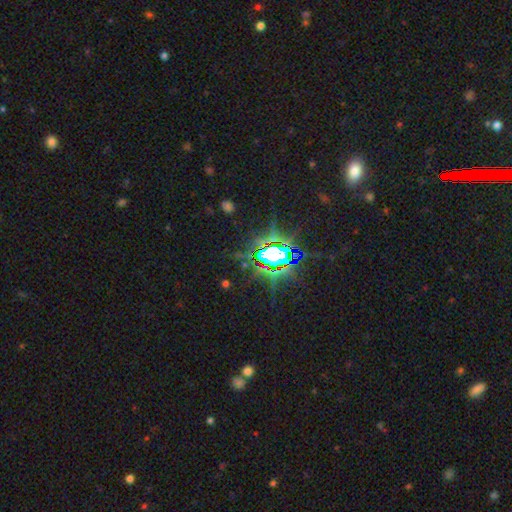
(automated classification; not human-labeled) Overall: star or artifact (82%).